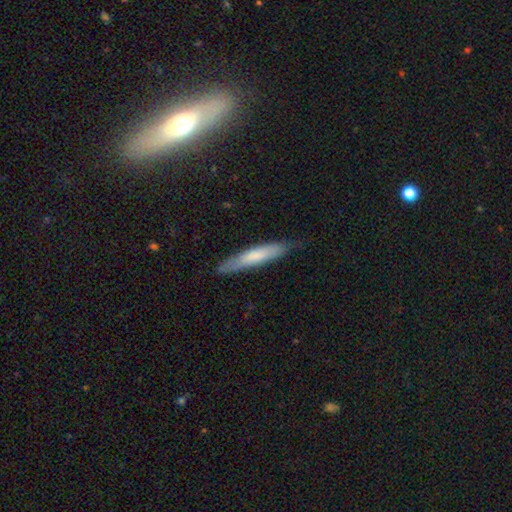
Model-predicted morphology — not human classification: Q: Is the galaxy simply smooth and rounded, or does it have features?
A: smooth — 68%.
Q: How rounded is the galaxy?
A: cigar-shaped — 88%.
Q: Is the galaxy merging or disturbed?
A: none — 79%.